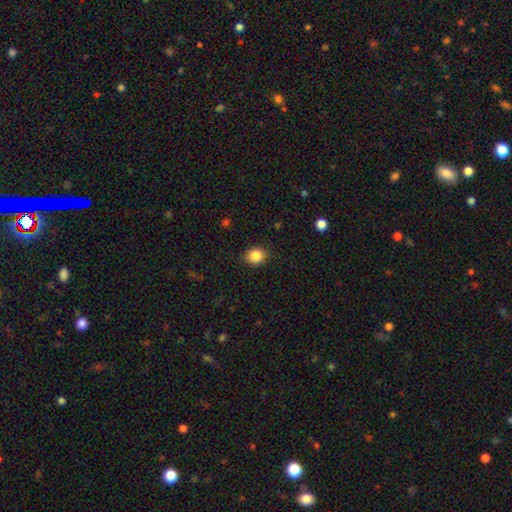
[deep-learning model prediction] Smooth or featured? Predicted: smooth (p=0.86). How rounded? Predicted: round (p=0.71). Merging? Predicted: none (p=0.86).